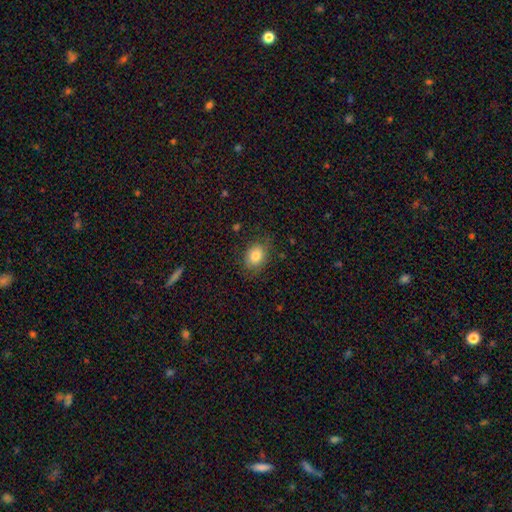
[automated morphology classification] Smooth or featured? smooth (82%)
How rounded? in between (61%)
Merging? none (78%)